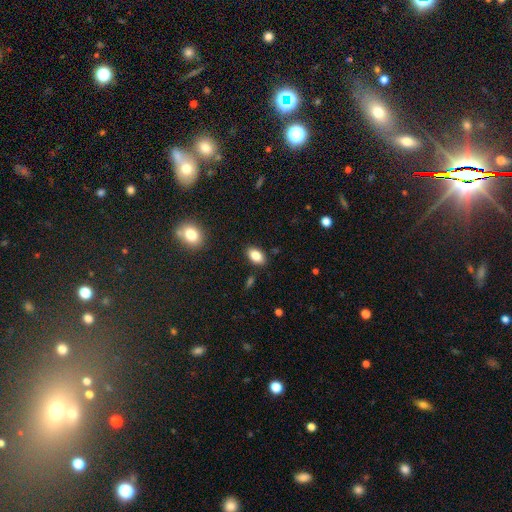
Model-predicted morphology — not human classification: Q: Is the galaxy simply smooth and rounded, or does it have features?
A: smooth — 85%.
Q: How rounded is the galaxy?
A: in between — 90%.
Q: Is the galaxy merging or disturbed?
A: none — 87%.